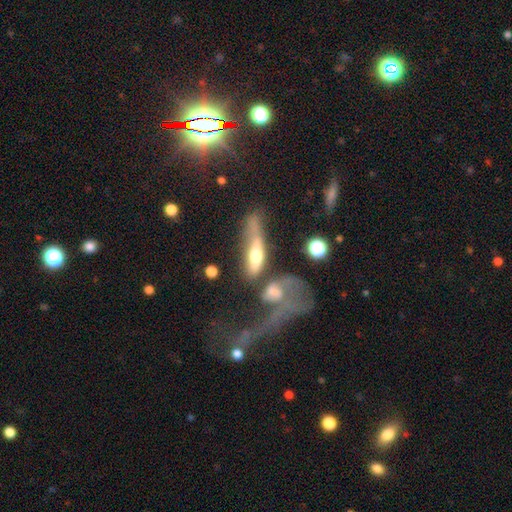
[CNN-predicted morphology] A featured or disk galaxy (50%). Merging: merger (39%).